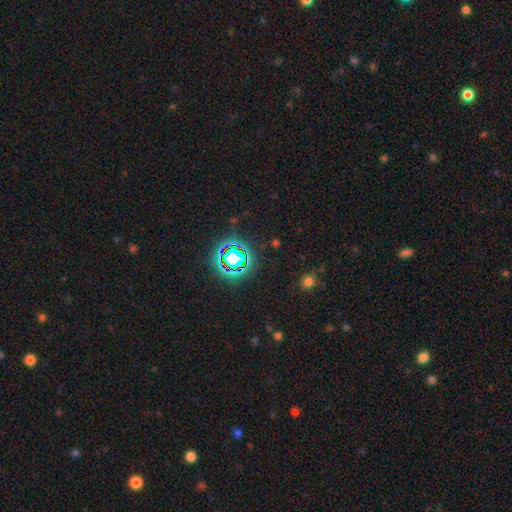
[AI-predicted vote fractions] The model was most divided on "smooth or featured": star or artifact: 76%, smooth: 16%, featured or disk: 7%.